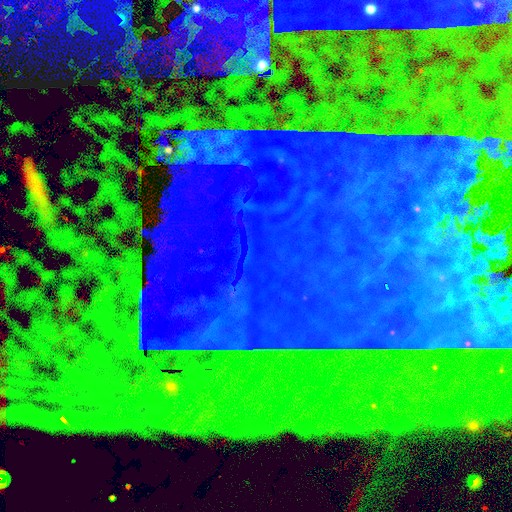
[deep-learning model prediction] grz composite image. It shows a star or artifact, not a galaxy (85%).